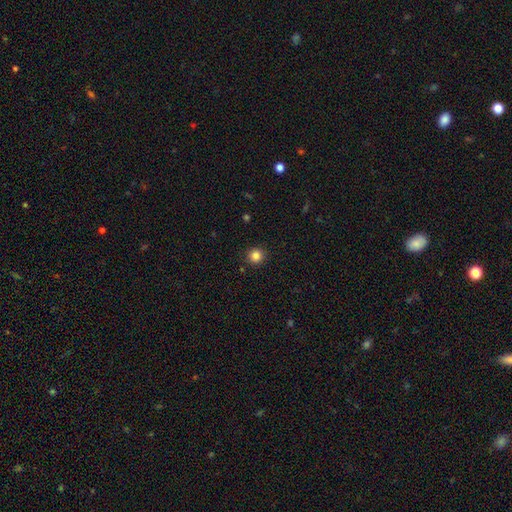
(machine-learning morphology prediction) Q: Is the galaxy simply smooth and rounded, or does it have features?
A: smooth — 85%.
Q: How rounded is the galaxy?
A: round — 94%.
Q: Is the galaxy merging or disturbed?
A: none — 91%.